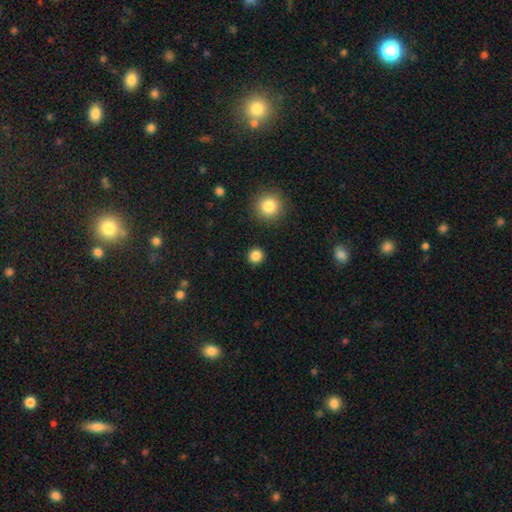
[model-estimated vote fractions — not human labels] smooth 84%, star or artifact 12%, featured or disk 4%. Down the decision tree: how rounded — round (91%); merging — none (91%).